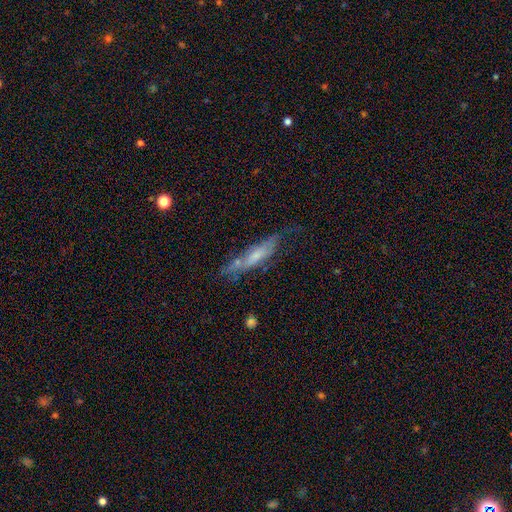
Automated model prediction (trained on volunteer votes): Smooth or featured?
  - featured or disk: 50% *
  - smooth: 42%
  - star or artifact: 8%
Merging?
  - none: 47% *
  - minor disturbance: 28%
  - major disturbance: 18%
  - merger: 7%